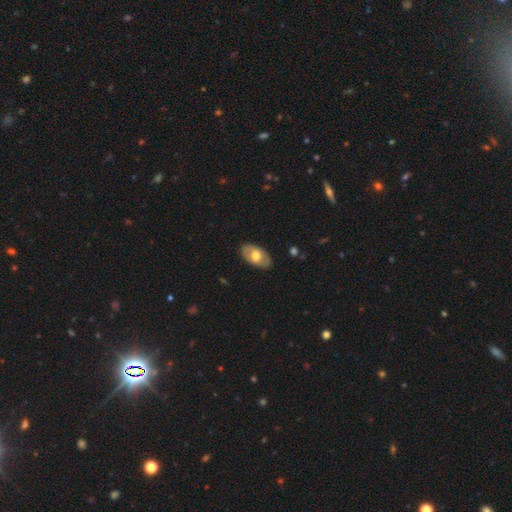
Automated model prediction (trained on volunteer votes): This is possibly a smooth galaxy (53%). How rounded: clearly in between (92%). Merging: clearly none (84%).